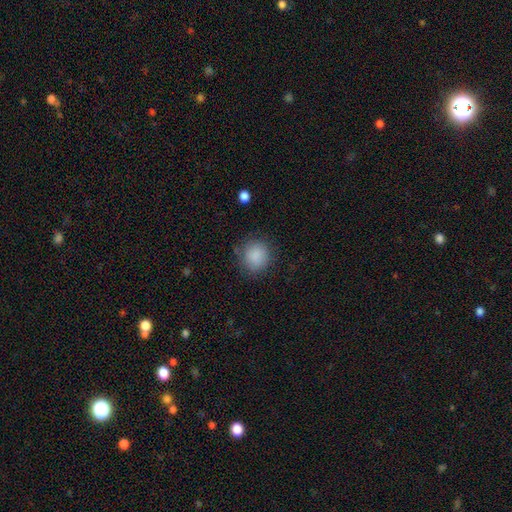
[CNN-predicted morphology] This appears to be a smooth galaxy with no disk features (87%) that is round (85%). Merging: none (80%).